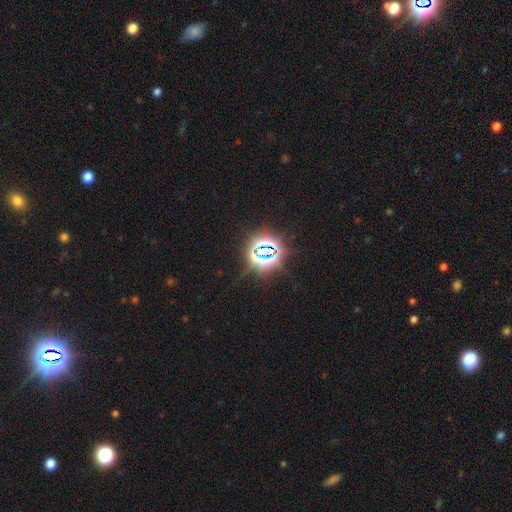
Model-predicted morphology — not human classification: A star or artifact, not a galaxy (80%).

Vote fractions:
- Smooth or featured? star or artifact: 80% / smooth: 13% / featured or disk: 8%